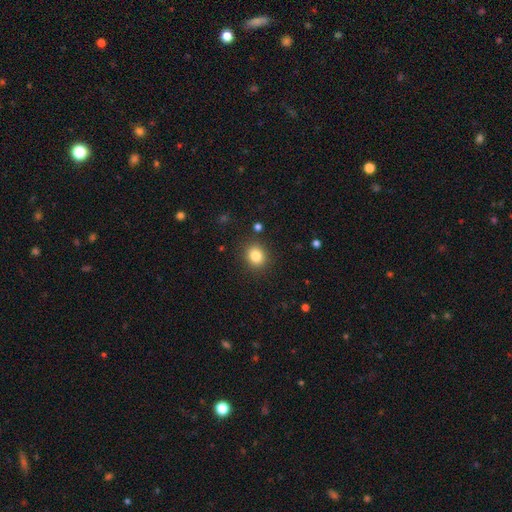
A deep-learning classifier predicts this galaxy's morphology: type=smooth (83%); roundness=round (75%); merging=none (88%).